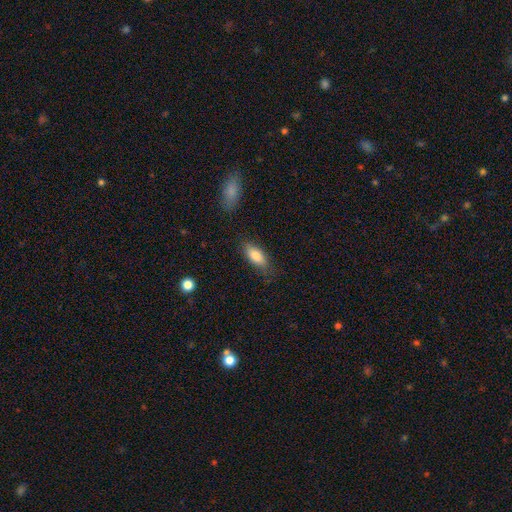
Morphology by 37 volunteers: Smooth or featured: smooth — 89% (featured or disk — 8%)
How rounded: in between — 85% (cigar-shaped — 15%)
Merging: none — 78% (minor disturbance — 19%)